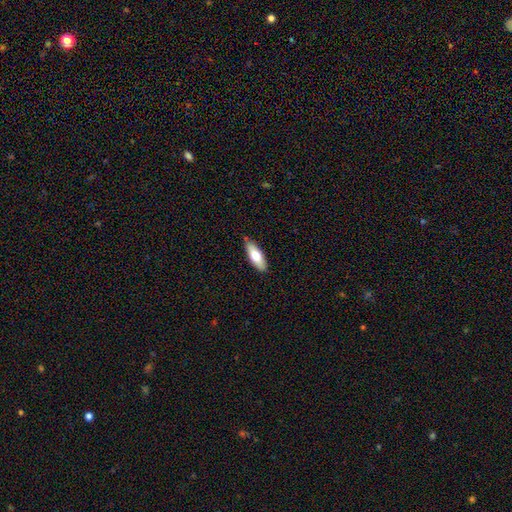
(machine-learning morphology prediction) A smooth galaxy with no disk features (69%) that is in between round and cigar-shaped (67%).

Vote fractions:
- Smooth or featured? smooth: 69% / featured or disk: 25% / star or artifact: 6%
- How rounded? in between: 67% / cigar-shaped: 31% / round: 2%
- Merging? none: 87% / minor disturbance: 10% / major disturbance: 2% / merger: 1%